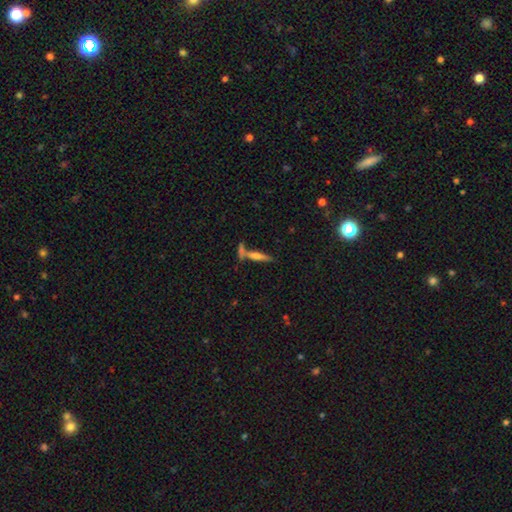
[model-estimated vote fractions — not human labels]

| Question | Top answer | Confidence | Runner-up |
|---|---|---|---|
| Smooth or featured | smooth | 49% | featured or disk (42%) |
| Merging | none | 58% | merger (28%) |